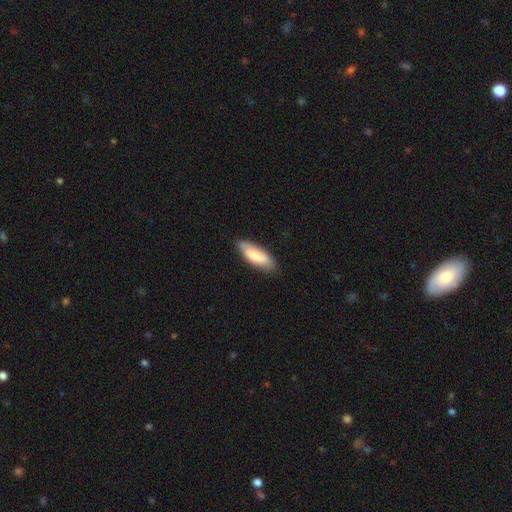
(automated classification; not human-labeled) smooth 77%, featured or disk 18%, star or artifact 6%. Down the decision tree: how rounded — in between (65%); merging — none (79%).